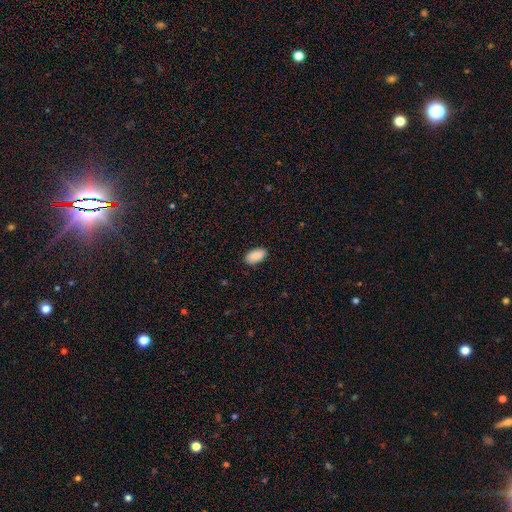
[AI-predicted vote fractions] smooth_or_featured: smooth (p=0.91) [alt: star or artifact p=0.06]
how_rounded: in between (p=0.95) [alt: round p=0.03]
merging: none (p=0.88) [alt: minor disturbance p=0.09]